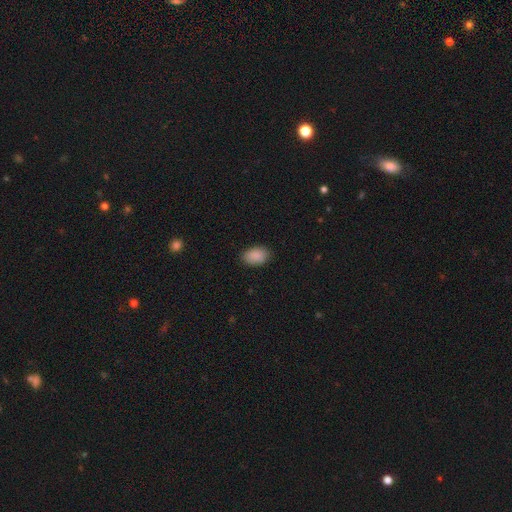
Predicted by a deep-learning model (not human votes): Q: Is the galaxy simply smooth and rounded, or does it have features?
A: smooth — 89%.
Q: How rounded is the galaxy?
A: in between — 89%.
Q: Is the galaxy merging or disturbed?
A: none — 86%.